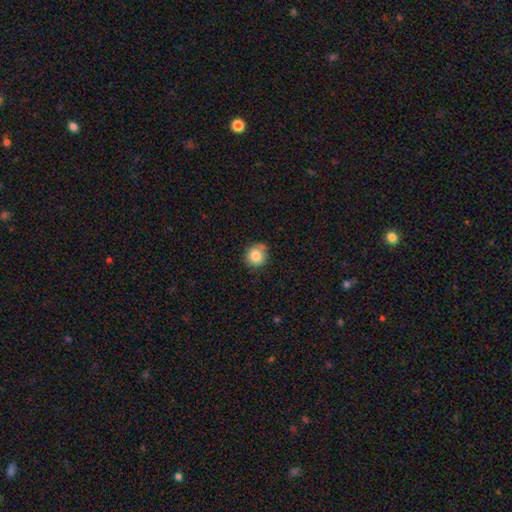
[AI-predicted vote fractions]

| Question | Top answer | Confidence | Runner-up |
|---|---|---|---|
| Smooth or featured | smooth | 83% | star or artifact (10%) |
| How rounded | round | 88% | in between (11%) |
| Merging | none | 67% | minor disturbance (24%) |